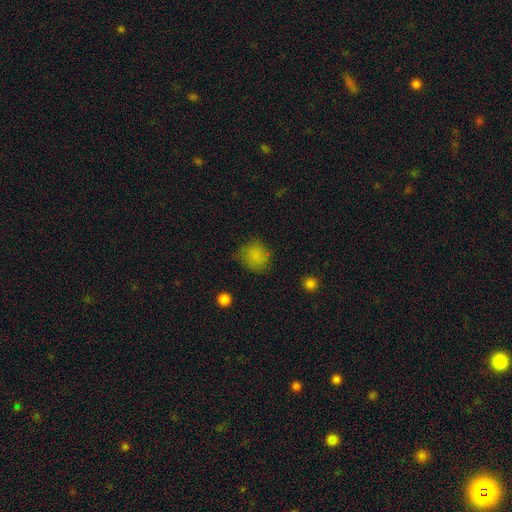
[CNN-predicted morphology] Q: Smooth or featured?
A: smooth (82%); runner-up: star or artifact (12%)
Q: How rounded?
A: round (77%); runner-up: in between (22%)
Q: Merging?
A: none (64%); runner-up: minor disturbance (25%)